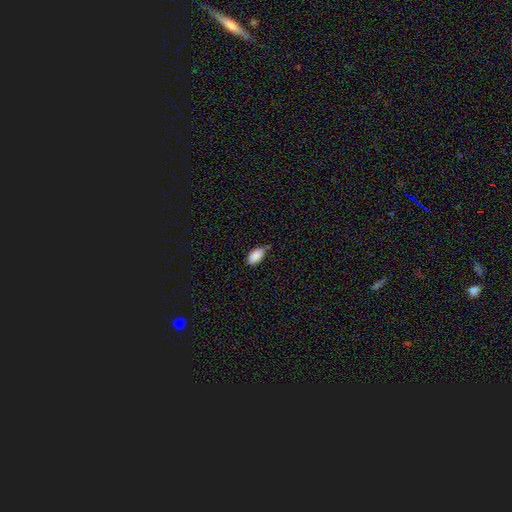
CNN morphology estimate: smooth 89%, star or artifact 7%, featured or disk 4%. Down the decision tree: how rounded — in between (94%); merging — none (66%).